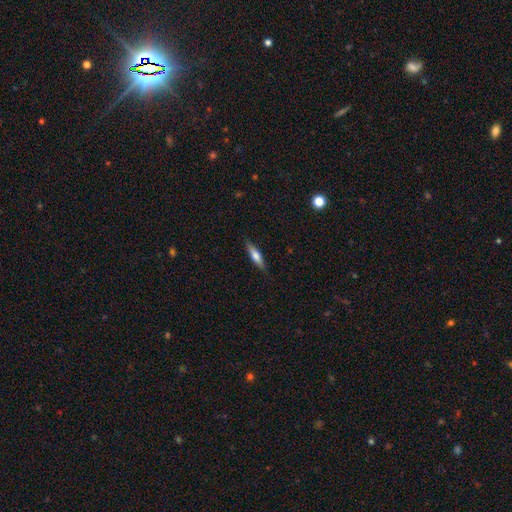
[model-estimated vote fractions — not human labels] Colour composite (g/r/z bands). It shows a smooth galaxy with no disk features (60%) that is cigar-shaped (72%). Merging: none (87%).